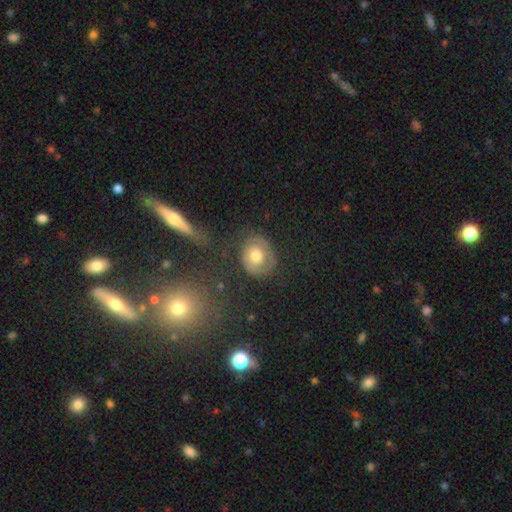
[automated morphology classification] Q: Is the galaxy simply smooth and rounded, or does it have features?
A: smooth — 56%.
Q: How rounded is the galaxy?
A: round — 67%.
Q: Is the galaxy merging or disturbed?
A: none — 69%.